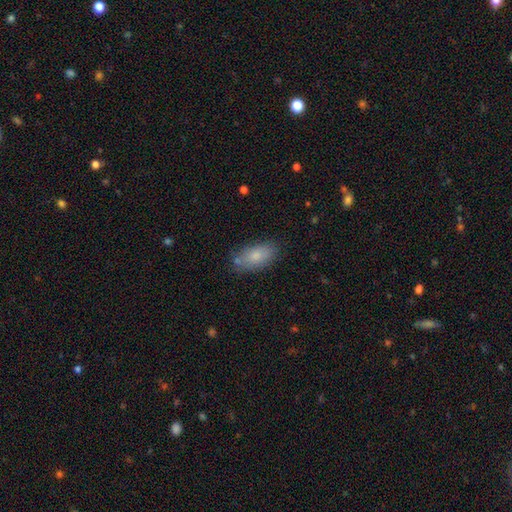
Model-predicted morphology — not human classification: Smooth or featured? smooth (80%)
How rounded? in between (90%)
Merging? none (74%)